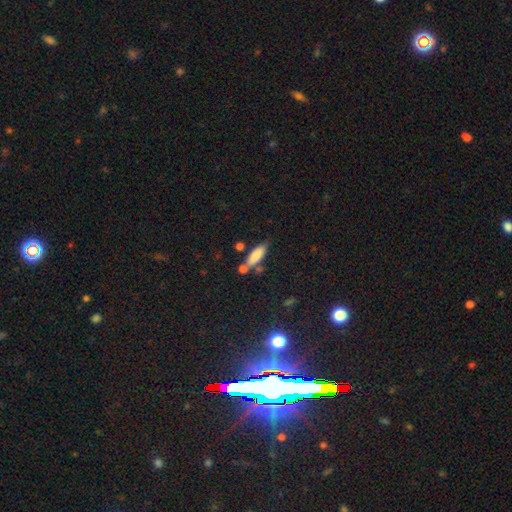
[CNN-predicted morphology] Q: Smooth or featured?
A: smooth (83%); runner-up: featured or disk (9%)
Q: How rounded?
A: in between (60%); runner-up: cigar-shaped (38%)
Q: Merging?
A: none (57%); runner-up: merger (20%)